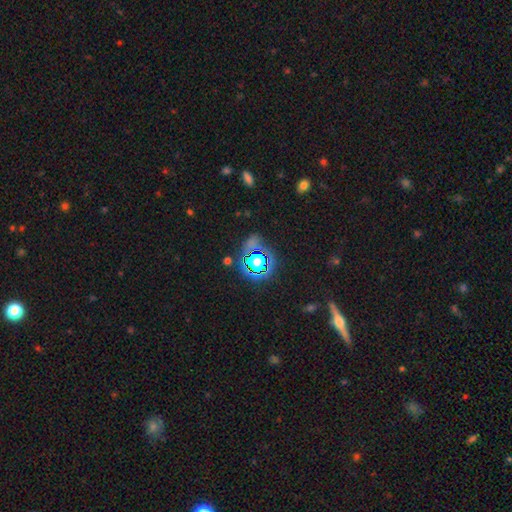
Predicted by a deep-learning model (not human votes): A star or artifact, not a galaxy (71%).